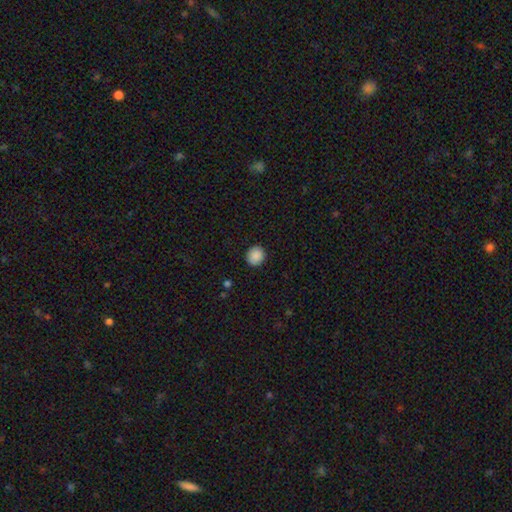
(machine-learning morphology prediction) Smooth or featured: smooth — 89% (star or artifact — 8%)
How rounded: round — 85% (in between — 14%)
Merging: none — 90% (minor disturbance — 7%)